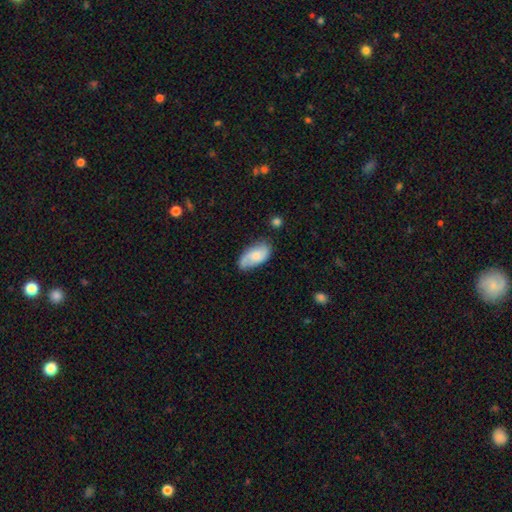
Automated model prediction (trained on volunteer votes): Smooth or featured: smooth — 57% (featured or disk — 36%)
How rounded: in between — 93% (cigar-shaped — 4%)
Merging: none — 61% (minor disturbance — 28%)